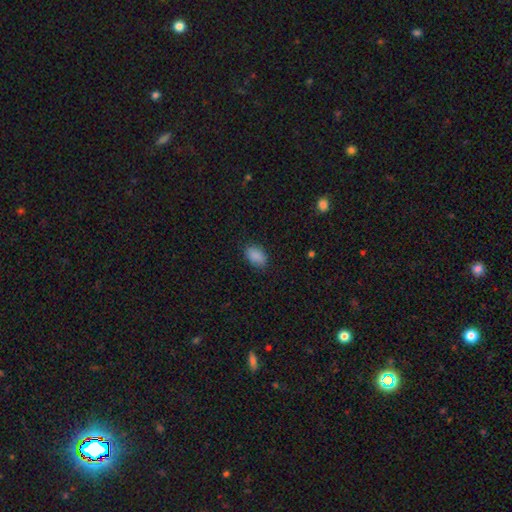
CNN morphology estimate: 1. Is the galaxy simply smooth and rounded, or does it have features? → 89% smooth, 8% star or artifact, 3% featured or disk.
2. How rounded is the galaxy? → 90% in between, 8% round, 2% cigar-shaped.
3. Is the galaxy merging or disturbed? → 84% none, 12% minor disturbance, 3% major disturbance, 1% merger.